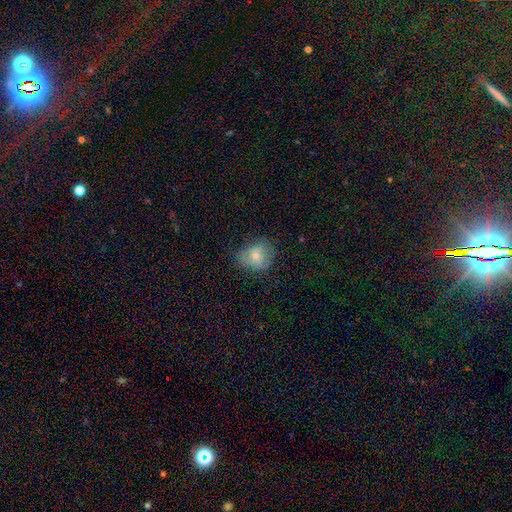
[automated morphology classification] A smooth galaxy with no disk features (56%) that is round (66%). Merging: none (64%).